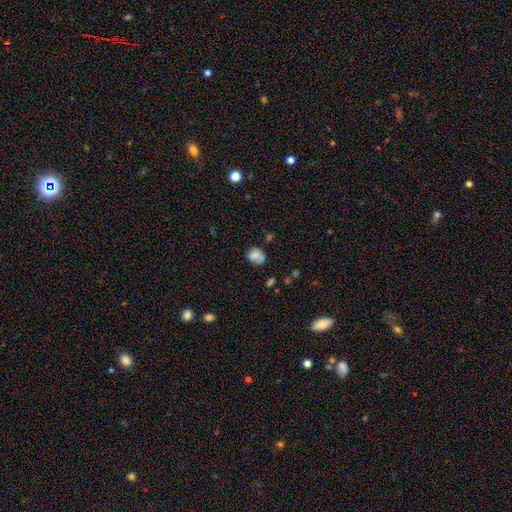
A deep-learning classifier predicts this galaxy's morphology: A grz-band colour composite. It shows a smooth galaxy with no disk features (72%) that is round (50%). Merging: none (47%).